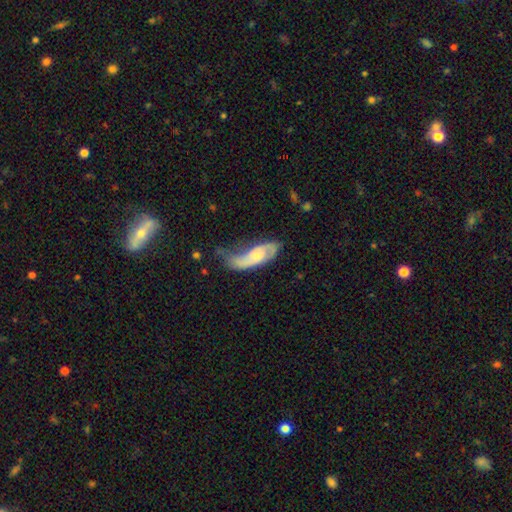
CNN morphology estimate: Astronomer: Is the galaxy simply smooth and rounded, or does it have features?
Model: featured or disk — 60%.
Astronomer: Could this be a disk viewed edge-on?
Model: no — 89%.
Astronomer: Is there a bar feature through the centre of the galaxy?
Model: no — 56% (runner-up: weak, 35%).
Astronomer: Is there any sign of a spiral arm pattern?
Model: yes — 85%.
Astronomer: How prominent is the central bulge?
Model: moderate — 40% (runner-up: small, 38%).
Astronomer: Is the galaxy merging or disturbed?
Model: none — 34%, tied with minor disturbance at 34%.